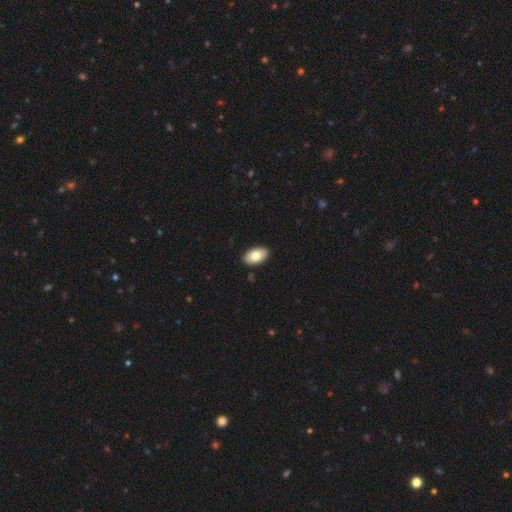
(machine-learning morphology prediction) Q: Smooth or featured?
A: smooth (79%); runner-up: featured or disk (14%)
Q: How rounded?
A: in between (94%); runner-up: round (4%)
Q: Merging?
A: none (90%); runner-up: minor disturbance (7%)